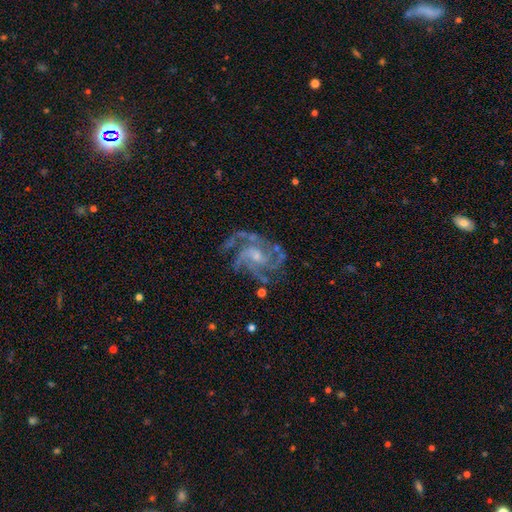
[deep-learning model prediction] A featured or disk galaxy (91%) with no bar (57%), 4 (32%) medium (49%) spiral arms (98%) and a small central bulge (52%). Merging: none (67%).